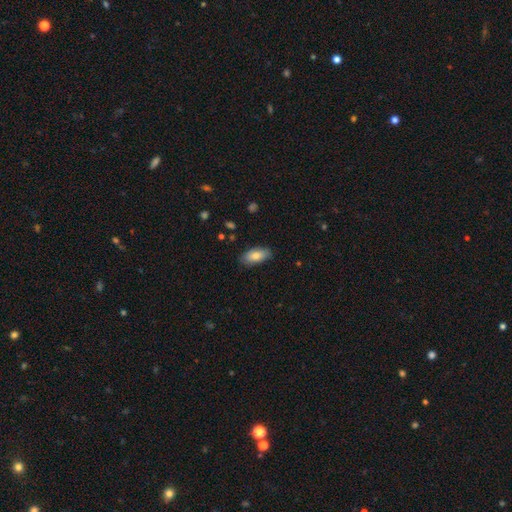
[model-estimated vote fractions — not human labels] smooth 82%, featured or disk 12%, star or artifact 6%. Down the decision tree: how rounded — in between (89%); merging — none (85%).